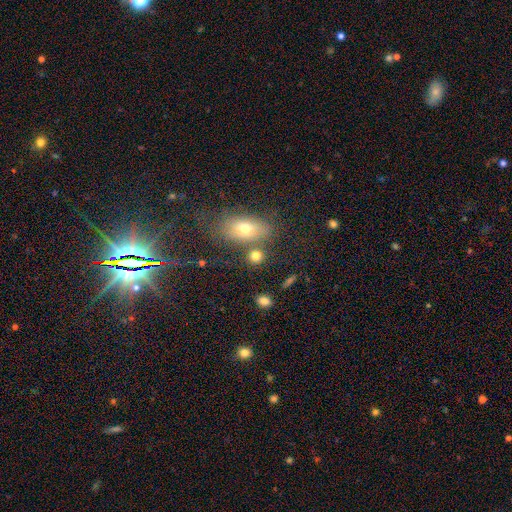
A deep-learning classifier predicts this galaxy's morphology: smooth-or-featured: smooth: 76% | star or artifact: 14% | featured or disk: 10%
  how-rounded: round: 63% | in between: 33% | cigar-shaped: 3%
  merging: none: 68% | merger: 17% | minor disturbance: 11% | major disturbance: 5%